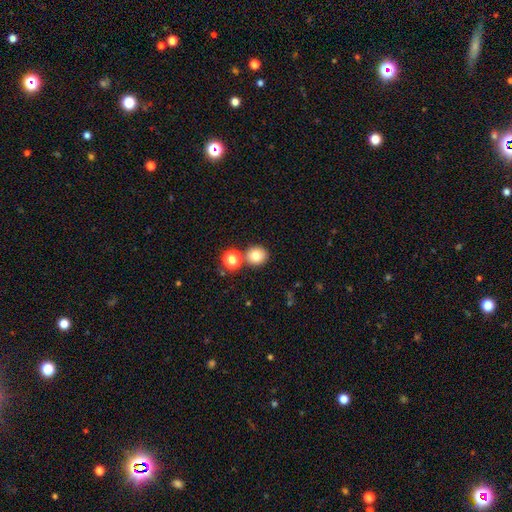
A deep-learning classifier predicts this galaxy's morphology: A smooth galaxy with no disk features (79%) that is round (88%).

Vote fractions:
- Smooth or featured? smooth: 79% / star or artifact: 13% / featured or disk: 8%
- How rounded? round: 88% / in between: 11% / cigar-shaped: 1%
- Merging? none: 76% / merger: 14% / minor disturbance: 7% / major disturbance: 2%